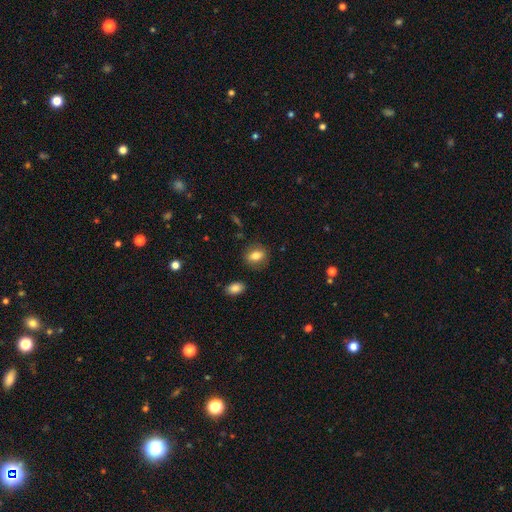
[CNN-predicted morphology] Smooth or featured?
  - smooth: 79% *
  - featured or disk: 13%
  - star or artifact: 9%
How rounded?
  - in between: 64% *
  - round: 33%
  - cigar-shaped: 2%
Merging?
  - none: 82% *
  - minor disturbance: 12%
  - major disturbance: 4%
  - merger: 2%